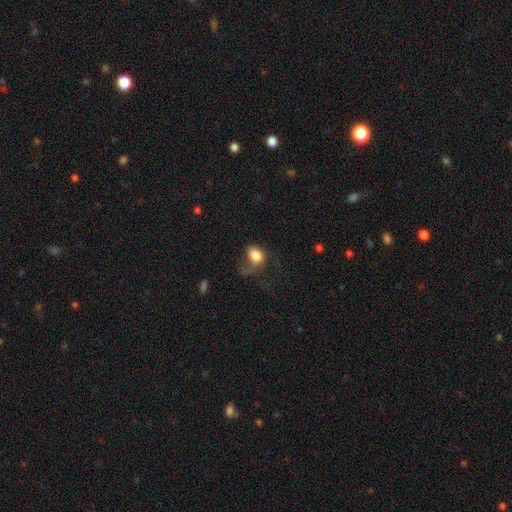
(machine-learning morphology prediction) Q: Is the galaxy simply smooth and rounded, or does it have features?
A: smooth — 77%.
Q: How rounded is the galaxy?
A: in between — 74%.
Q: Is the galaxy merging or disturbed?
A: major disturbance — 43%.